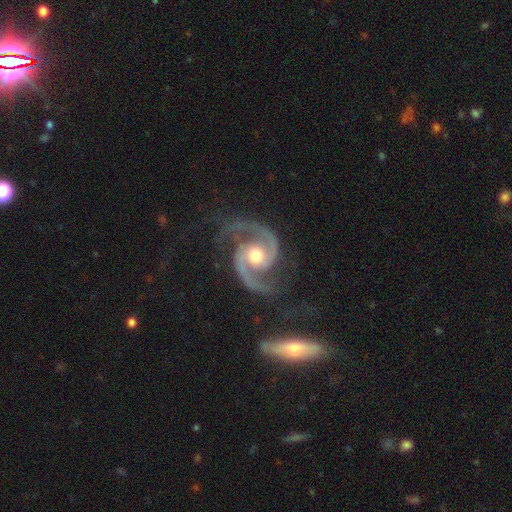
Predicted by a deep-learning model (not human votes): Smooth or featured?
  - featured or disk: 94% *
  - star or artifact: 4%
  - smooth: 2%
Edge-on disk?
  - no: 98% *
  - yes: 2%
Bar?
  - no: 62% *
  - weak: 29%
  - strong: 9%
Spiral arms?
  - yes: 99% *
  - no: 1%
Spiral winding?
  - medium: 65% *
  - tight: 20%
  - loose: 15%
Spiral arm count?
  - 2: 94% *
  - 3: 2%
  - can't tell: 1%
  - 1: 1%
  - 4: 1%
  - more than 4: 1%
Bulge size?
  - moderate: 75% *
  - small: 12%
  - large: 10%
  - none: 1%
  - dominant: 1%
Merging?
  - none: 75% *
  - minor disturbance: 16%
  - major disturbance: 7%
  - merger: 2%